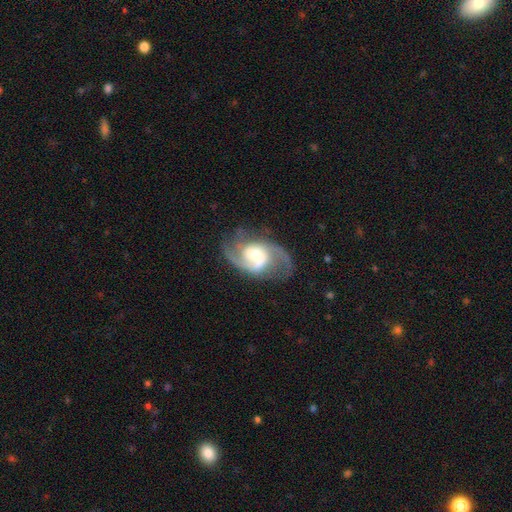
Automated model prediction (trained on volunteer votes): smooth-or-featured: featured or disk: 86% | smooth: 8% | star or artifact: 6%
  disk-edge-on: no: 98% | yes: 2%
    bar: no: 48% | weak: 41% | strong: 12%
    has-spiral-arms: yes: 96% | no: 4%
      spiral-winding: medium: 50% | loose: 35% | tight: 14%
      spiral-arm-count: 2: 81% | 3: 6% | can't tell: 5% | 1: 5% | 4: 2% | more than 4: 2%
    bulge-size: moderate: 46% | small: 26% | large: 22% | none: 4% | dominant: 3%
  merging: none: 63% | minor disturbance: 18% | major disturbance: 17% | merger: 2%